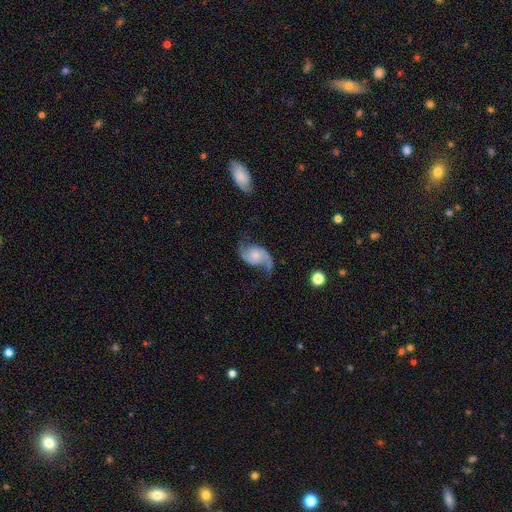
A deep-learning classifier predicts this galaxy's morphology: A featured or disk galaxy (87%) with no bar (66%), 2 (92%) loose (60%) spiral arms (97%) and a small central bulge (48%). Merging: none (68%).